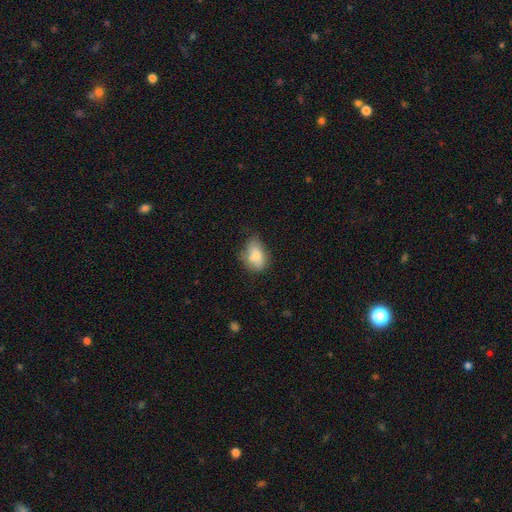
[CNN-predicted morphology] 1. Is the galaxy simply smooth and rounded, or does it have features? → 71% smooth, 20% featured or disk, 8% star or artifact.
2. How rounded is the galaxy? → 79% in between, 19% round, 2% cigar-shaped.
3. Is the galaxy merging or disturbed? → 48% none, 31% minor disturbance, 11% merger, 9% major disturbance.